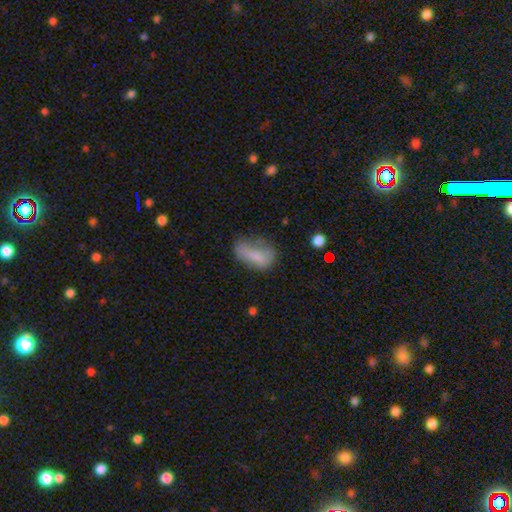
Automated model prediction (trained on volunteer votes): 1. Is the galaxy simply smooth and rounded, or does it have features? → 71% smooth, 19% featured or disk, 10% star or artifact.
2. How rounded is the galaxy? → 83% in between, 9% cigar-shaped, 8% round.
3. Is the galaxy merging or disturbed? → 39% none, 31% minor disturbance, 24% major disturbance, 5% merger.